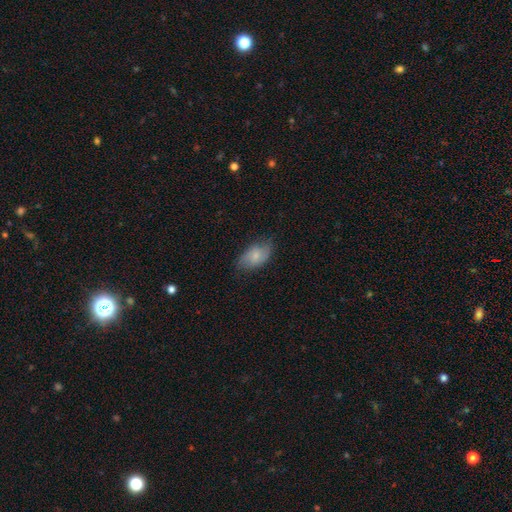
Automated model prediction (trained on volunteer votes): smooth-or-featured: smooth: 71% | featured or disk: 22% | star or artifact: 7%
  how-rounded: in between: 92% | round: 6% | cigar-shaped: 2%
  merging: none: 70% | minor disturbance: 24% | major disturbance: 5% | merger: 1%